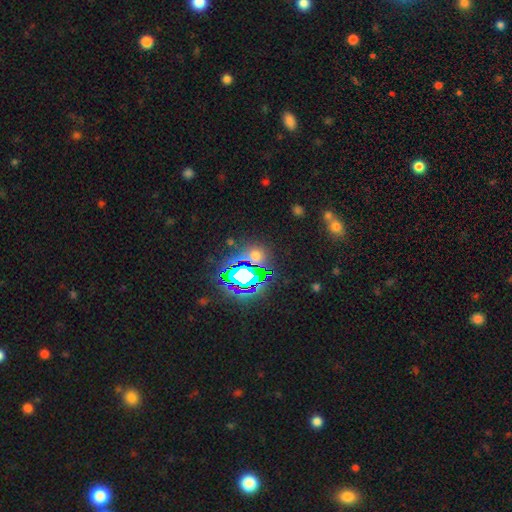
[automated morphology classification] smooth-or-featured: star or artifact: 61% | smooth: 29% | featured or disk: 10%